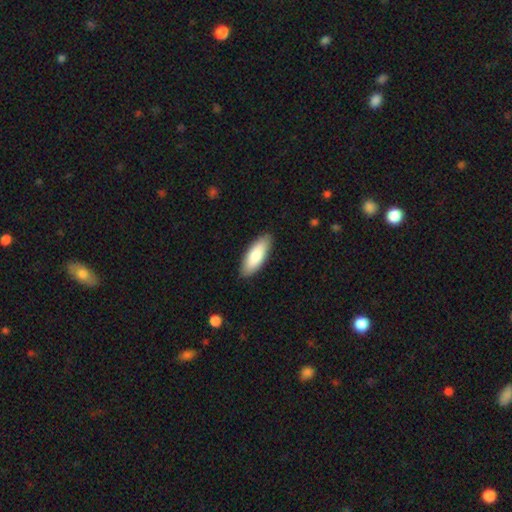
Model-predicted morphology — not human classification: Smooth or featured? smooth (84%)
How rounded? in between (72%)
Merging? none (88%)